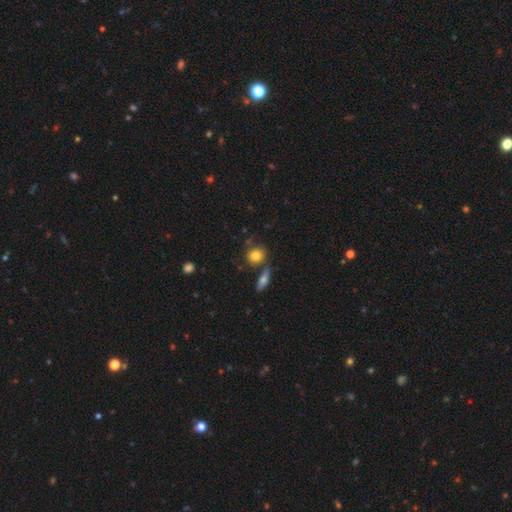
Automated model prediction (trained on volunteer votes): Overall: smooth (81%). How rounded: round (79%). Merging: none (66%).